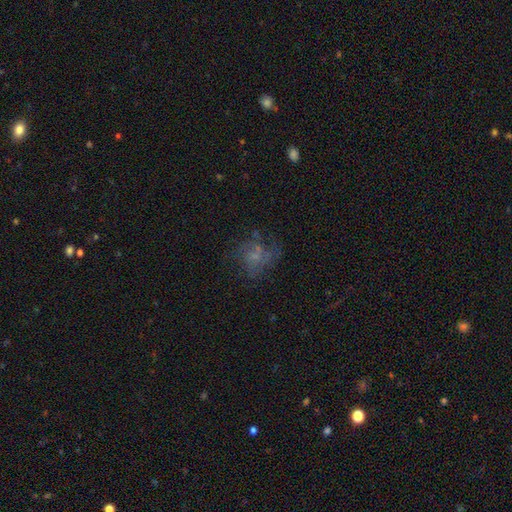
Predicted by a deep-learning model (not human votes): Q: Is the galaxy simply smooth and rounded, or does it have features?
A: featured or disk — 45%.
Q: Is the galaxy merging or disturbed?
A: none — 48%.